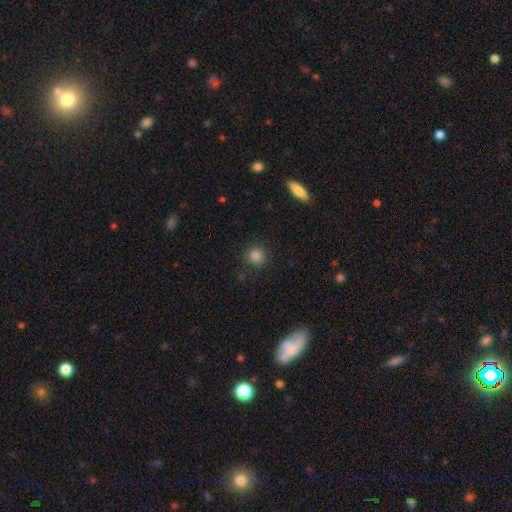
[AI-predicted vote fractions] smooth-or-featured: smooth: 85% | star or artifact: 12% | featured or disk: 3%
  how-rounded: round: 92% | in between: 7% | cigar-shaped: 1%
  merging: none: 88% | minor disturbance: 8% | major disturbance: 3% | merger: 2%